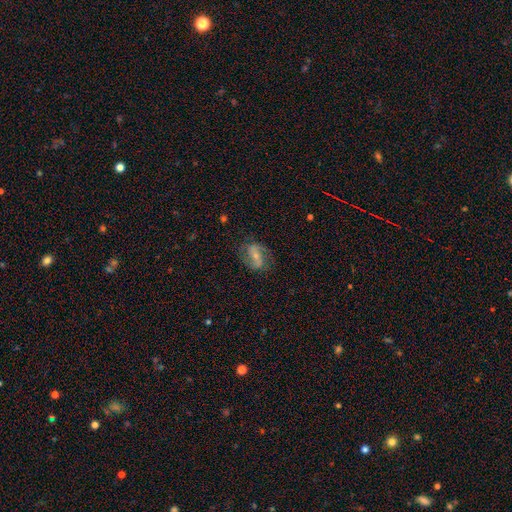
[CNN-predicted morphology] This appears to be a featured or disk galaxy (70%) with a strong bar (41%), 2 (88%) loose (42%) spiral arms (88%) and a small central bulge (57%). Merging: none (74%).